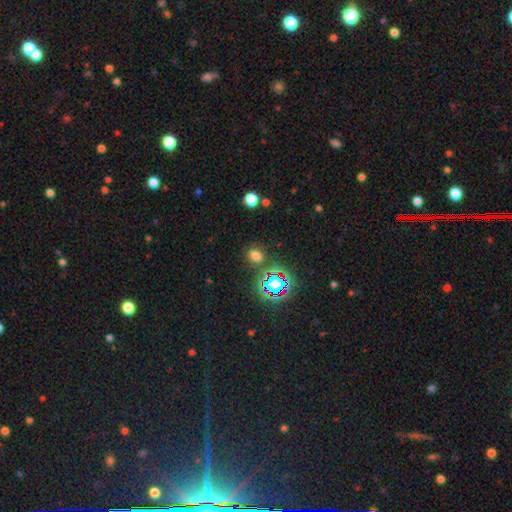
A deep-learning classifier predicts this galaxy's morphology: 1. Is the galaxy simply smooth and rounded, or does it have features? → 64% smooth, 29% star or artifact, 7% featured or disk.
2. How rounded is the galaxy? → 49% round (tied), 49% in between (tied), 2% cigar-shaped.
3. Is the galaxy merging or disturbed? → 81% none, 10% minor disturbance, 5% merger, 4% major disturbance.